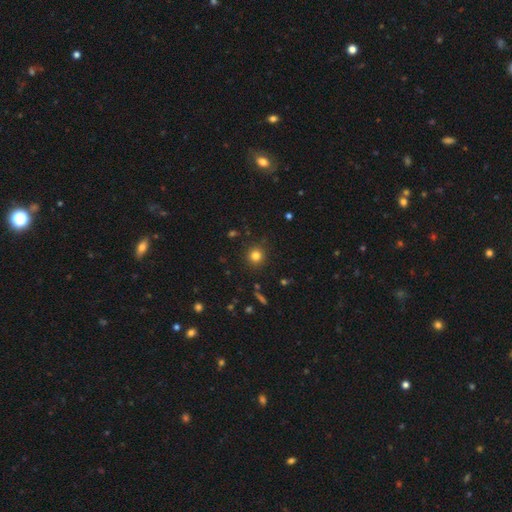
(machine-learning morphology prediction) This is likely a smooth galaxy (79%). How rounded: clearly round (92%). Merging: clearly none (89%).